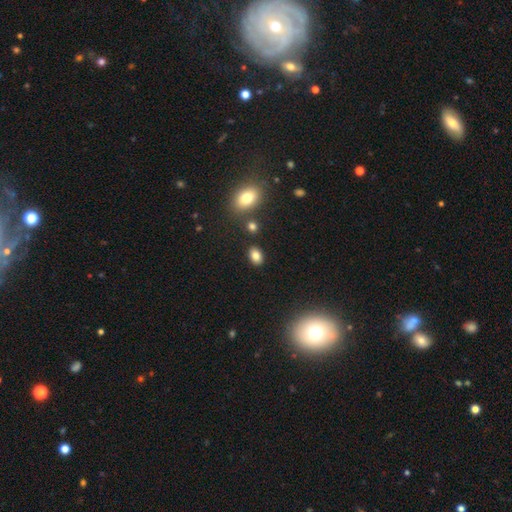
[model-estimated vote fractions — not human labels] This appears to be a smooth galaxy with no disk features (83%) that is in between round and cigar-shaped (80%). Merging: none (84%).